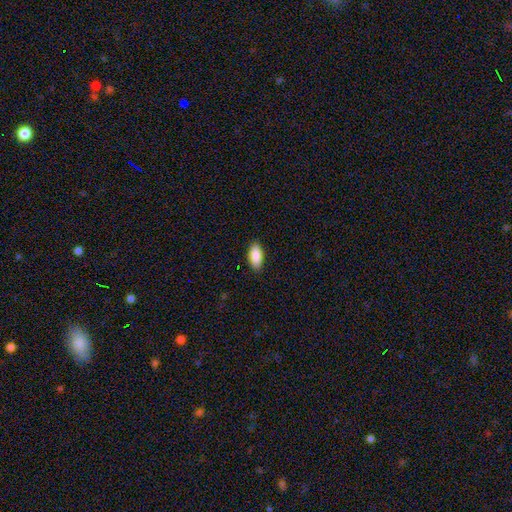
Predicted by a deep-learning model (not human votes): Smooth or featured?
  - smooth: 88% *
  - star or artifact: 6%
  - featured or disk: 5%
How rounded?
  - in between: 89% *
  - cigar-shaped: 9%
  - round: 2%
Merging?
  - none: 88% *
  - minor disturbance: 9%
  - major disturbance: 2%
  - merger: 1%